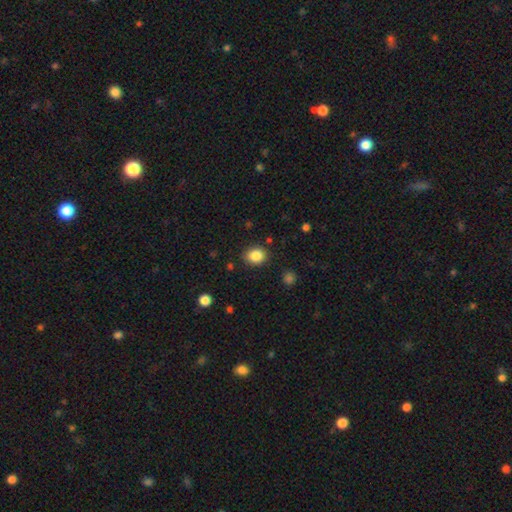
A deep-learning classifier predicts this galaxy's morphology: Smooth or featured?
  - smooth: 85% *
  - star or artifact: 10%
  - featured or disk: 5%
How rounded?
  - round: 55% *
  - in between: 45%
  - cigar-shaped: 1%
Merging?
  - none: 86% *
  - minor disturbance: 10%
  - major disturbance: 3%
  - merger: 2%